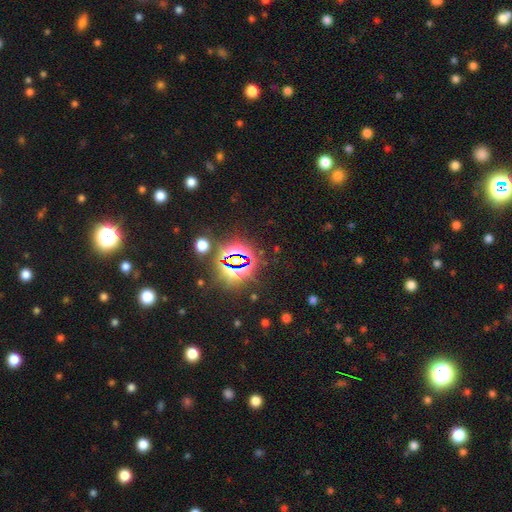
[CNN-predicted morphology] type=star or artifact (79%).